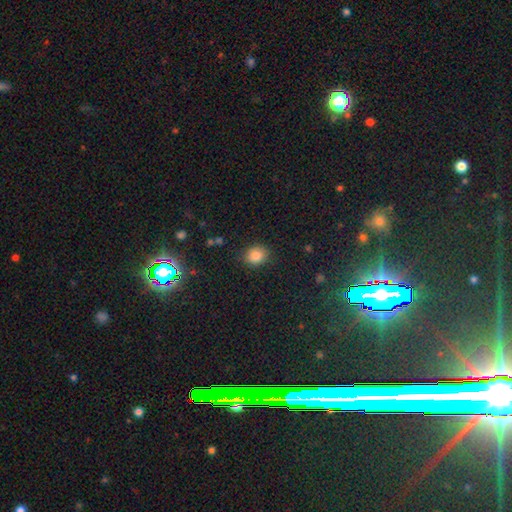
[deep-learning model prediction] Overall: smooth (83%). How rounded: round (62%; in between 37%). Merging: none (85%).